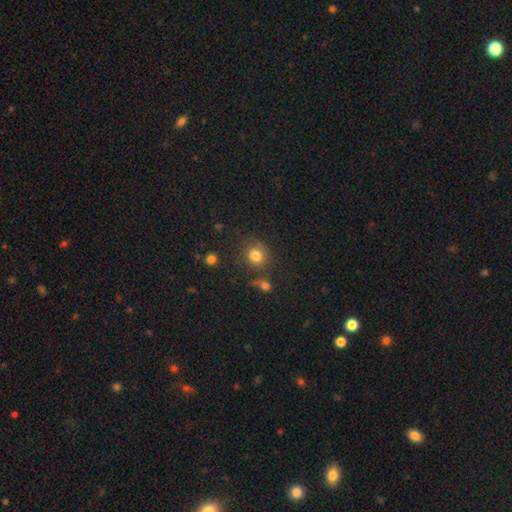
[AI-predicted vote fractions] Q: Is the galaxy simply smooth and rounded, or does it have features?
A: smooth — 80%.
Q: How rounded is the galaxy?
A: round — 85%.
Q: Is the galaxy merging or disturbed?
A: none — 75%.